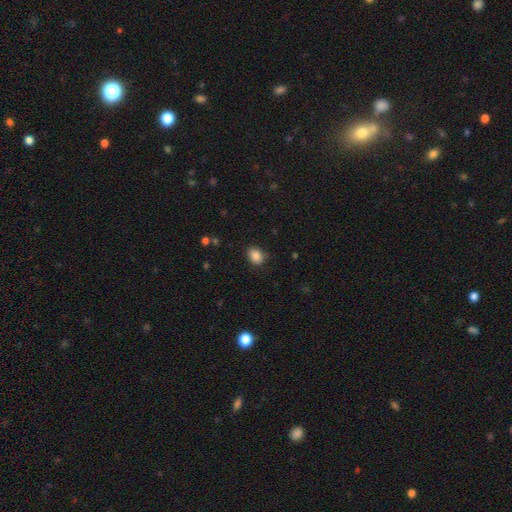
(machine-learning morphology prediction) Smooth or featured? smooth (86%)
How rounded? in between (57%)
Merging? none (81%)